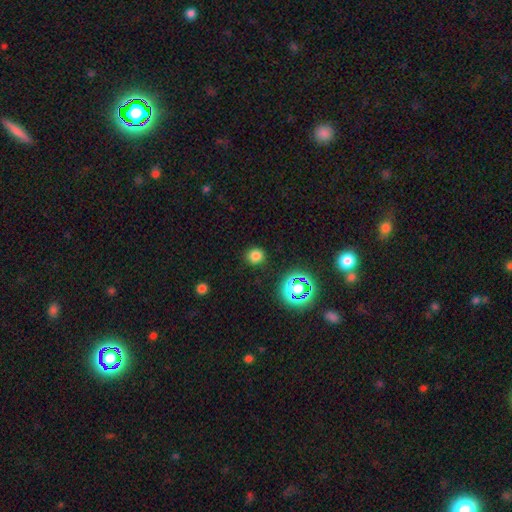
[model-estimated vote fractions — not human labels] This is likely a smooth galaxy (76%). How rounded: clearly round (87%). Merging: clearly none (88%).